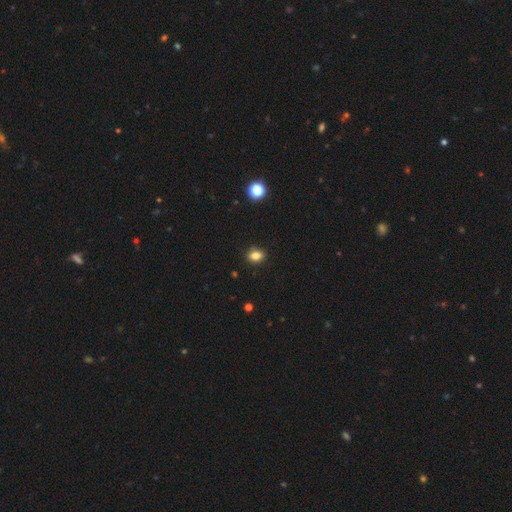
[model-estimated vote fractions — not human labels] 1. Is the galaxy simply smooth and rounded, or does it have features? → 82% smooth, 12% star or artifact, 6% featured or disk.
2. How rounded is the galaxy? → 58% in between, 40% round, 1% cigar-shaped.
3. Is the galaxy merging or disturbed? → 88% none, 9% minor disturbance, 2% major disturbance, 1% merger.